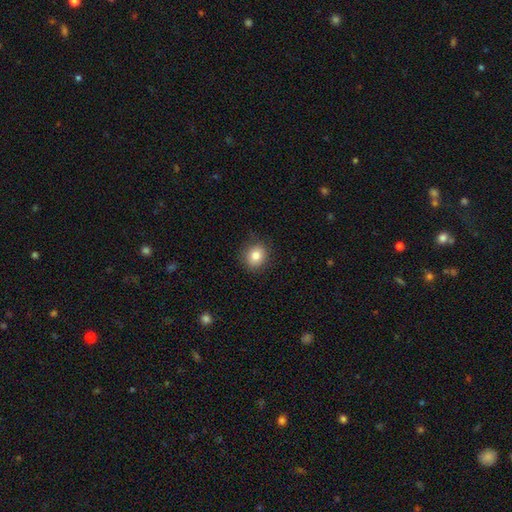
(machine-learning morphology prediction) A smooth galaxy with no disk features (83%) that is round (74%). Merging: none (85%).